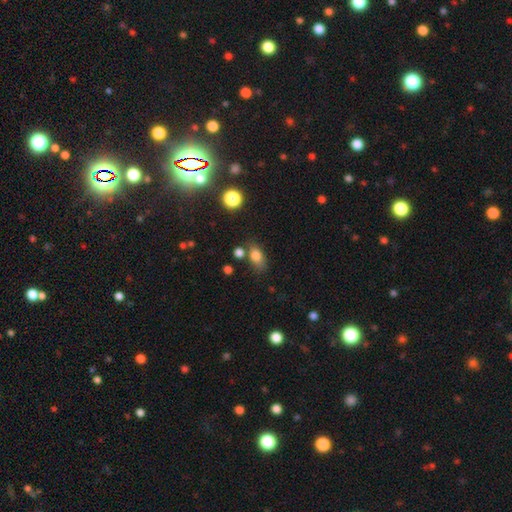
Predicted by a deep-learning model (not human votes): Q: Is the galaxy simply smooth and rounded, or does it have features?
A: smooth — 80%.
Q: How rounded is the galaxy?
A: in between — 80%.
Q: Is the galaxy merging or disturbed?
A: none — 65%.